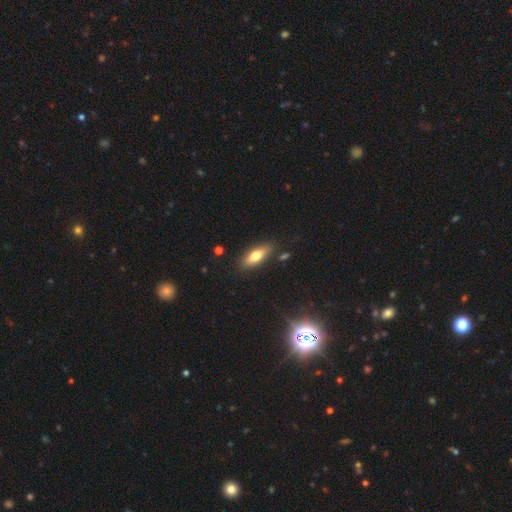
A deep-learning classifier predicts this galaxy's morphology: type=smooth (68%); roundness=in between (67%); merging=none (83%).